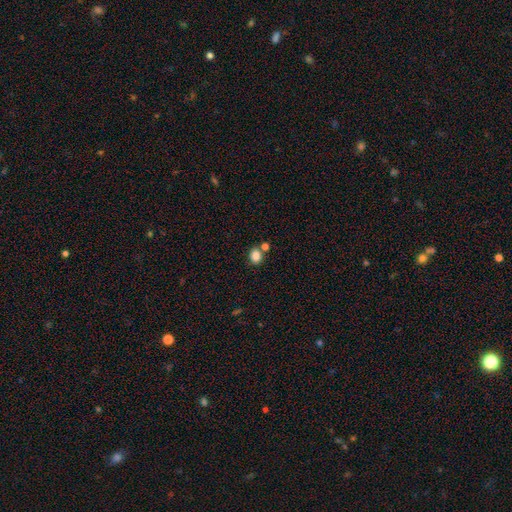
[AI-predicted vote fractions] smooth_or_featured: smooth (p=0.84) [alt: star or artifact p=0.11]
how_rounded: round (p=0.54) [alt: in between p=0.45]
merging: none (p=0.66) [alt: merger p=0.21]